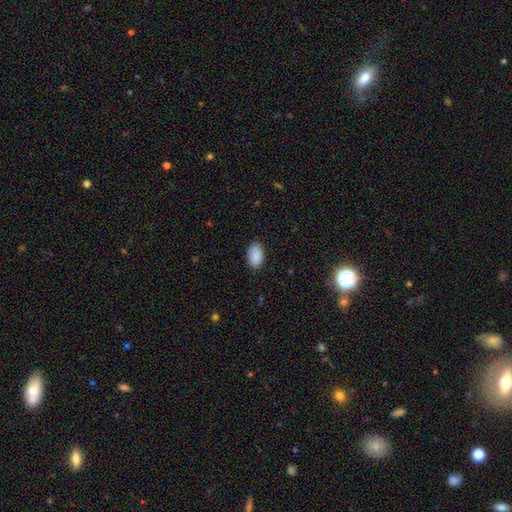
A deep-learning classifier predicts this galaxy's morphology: The model was most divided on "merging": none: 86%, minor disturbance: 10%, major disturbance: 2%, merger: 1%. More confident: how rounded — in between (94%); smooth or featured — smooth (90%).